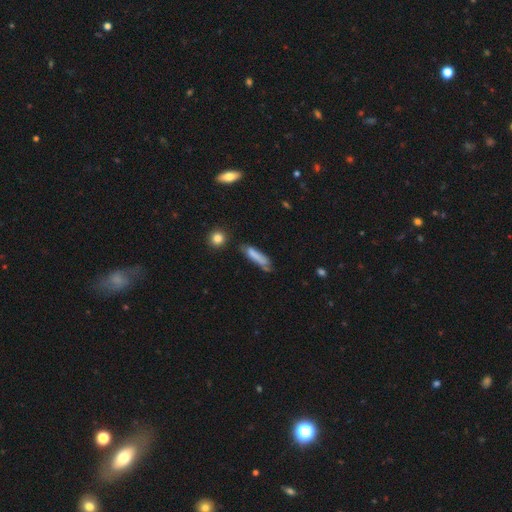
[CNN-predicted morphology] type=smooth (75%); roundness=cigar-shaped (78%); merging=none (57%).